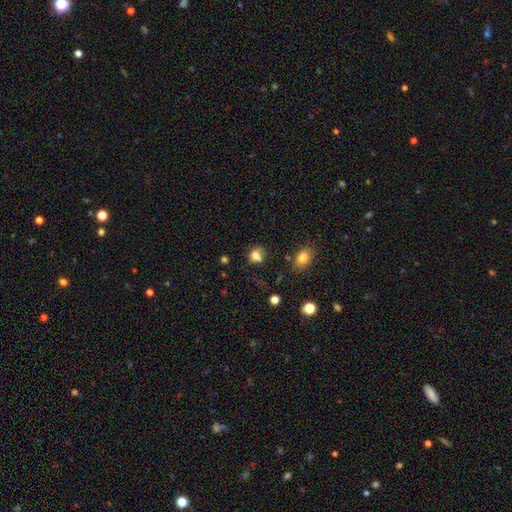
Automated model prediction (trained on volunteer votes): Morphology: type=smooth (77%); roundness=round (58%); merging=none (51%).